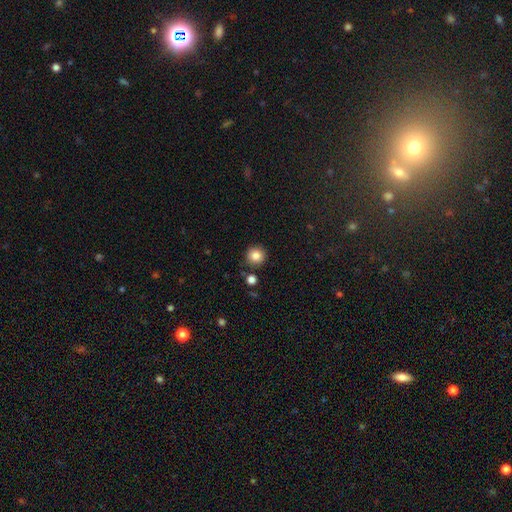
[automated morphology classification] Smooth or featured? smooth (84%)
How rounded? round (94%)
Merging? none (87%)